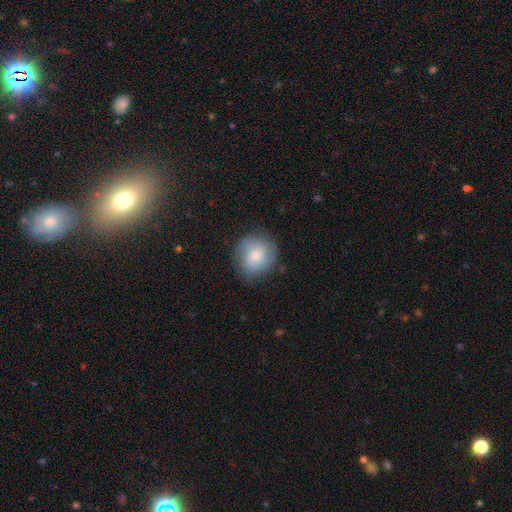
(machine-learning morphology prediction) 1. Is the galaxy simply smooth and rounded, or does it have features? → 69% smooth, 23% featured or disk, 7% star or artifact.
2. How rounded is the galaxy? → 87% round, 12% in between, 1% cigar-shaped.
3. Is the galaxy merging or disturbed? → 76% none, 18% minor disturbance, 5% major disturbance, 1% merger.